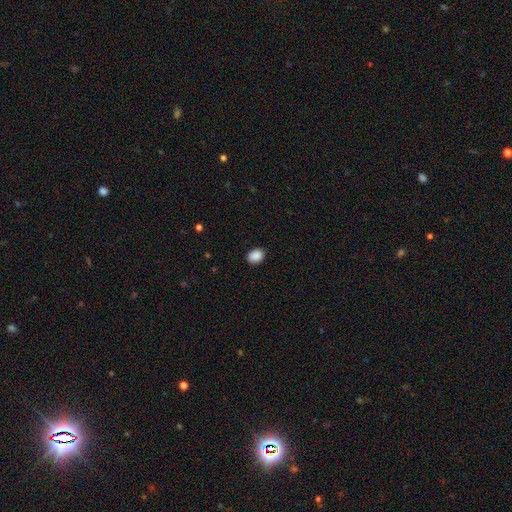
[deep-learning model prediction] Morphology: type=smooth (89%); roundness=in between (62%); merging=none (89%).